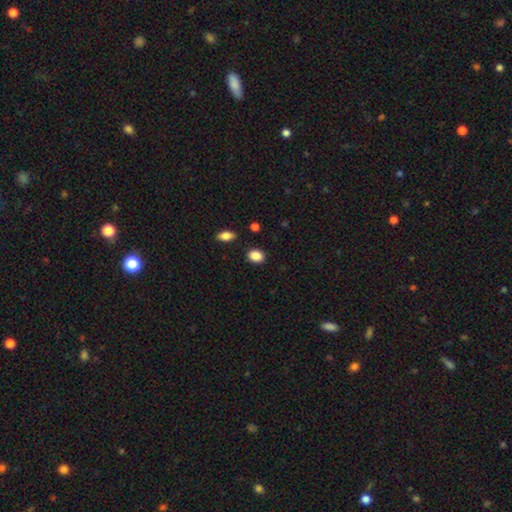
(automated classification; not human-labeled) Smooth or featured? Predicted: smooth (p=0.88). How rounded? Predicted: in between (p=0.62). Merging? Predicted: none (p=0.85).